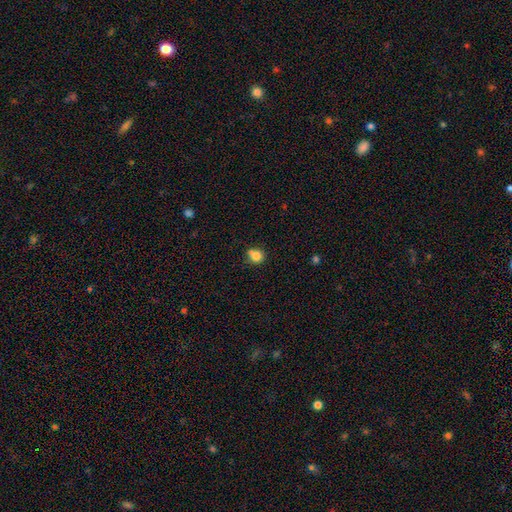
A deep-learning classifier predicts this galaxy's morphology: Smooth or featured? smooth (82%)
How rounded? round (77%)
Merging? none (61%)